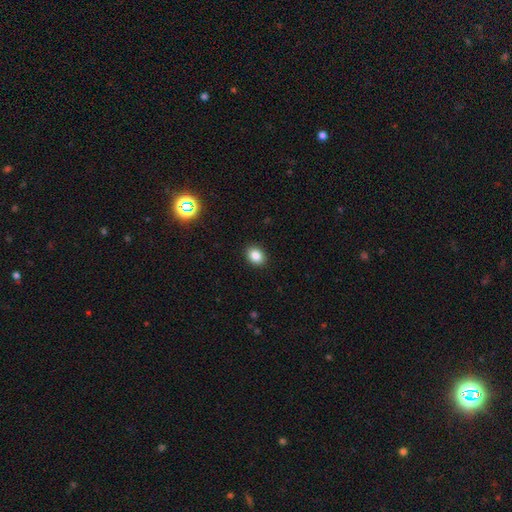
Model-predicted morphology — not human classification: The model was most divided on "how rounded": in between: 58%, round: 41%, cigar-shaped: 1%. More confident: merging — none (91%); smooth or featured — smooth (85%).